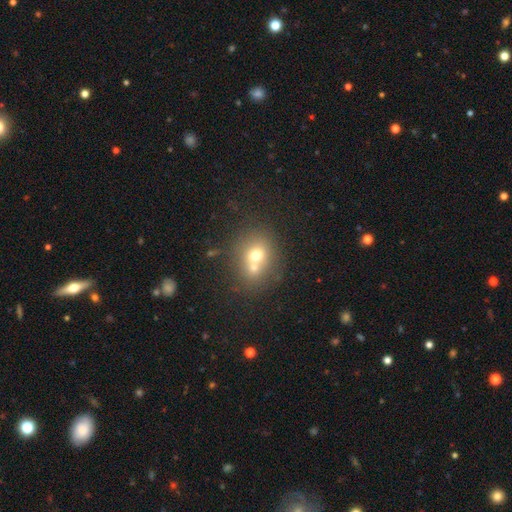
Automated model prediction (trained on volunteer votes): smooth-or-featured: smooth: 66% | featured or disk: 21% | star or artifact: 13%
  how-rounded: round: 64% | in between: 35% | cigar-shaped: 1%
  merging: merger: 50% | none: 37% | minor disturbance: 9% | major disturbance: 4%